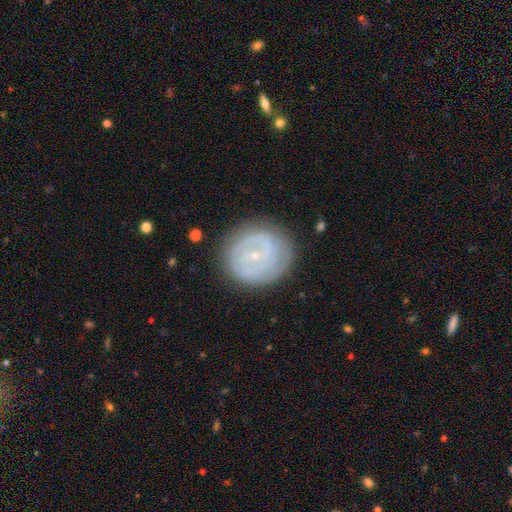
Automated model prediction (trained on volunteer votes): Q: Smooth or featured?
A: featured or disk (73%); runner-up: smooth (20%)
Q: Edge-on disk?
A: no (97%); runner-up: yes (3%)
Q: Bar?
A: no (48%); runner-up: weak (39%)
Q: Spiral arms?
A: yes (84%); runner-up: no (16%)
Q: Spiral winding?
A: tight (66%); runner-up: medium (26%)
Q: Spiral arm count?
A: 2 (44%); runner-up: can't tell (32%)
Q: Bulge size?
A: small (85%); runner-up: moderate (11%)
Q: Merging?
A: none (83%); runner-up: minor disturbance (12%)